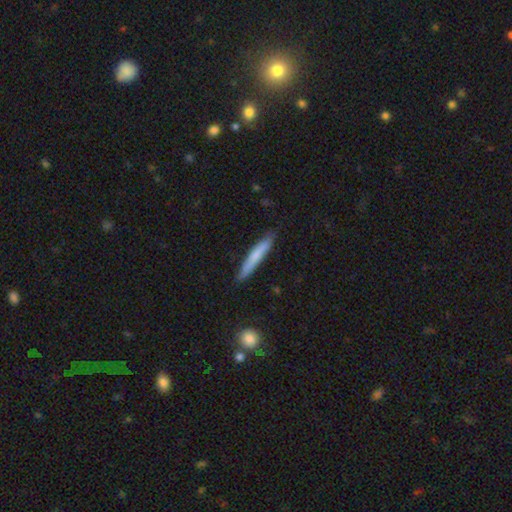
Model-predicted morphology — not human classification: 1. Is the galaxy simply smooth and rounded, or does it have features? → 70% smooth, 24% featured or disk, 5% star or artifact.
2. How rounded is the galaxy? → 94% cigar-shaped, 4% in between, 1% round.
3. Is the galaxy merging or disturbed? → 84% none, 12% minor disturbance, 2% major disturbance, 1% merger.